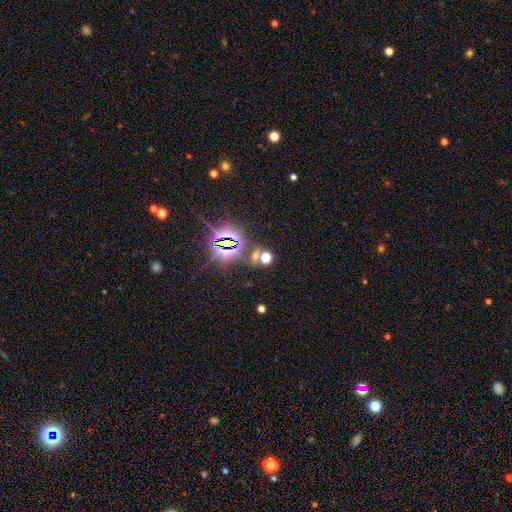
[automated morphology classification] smooth_or_featured: star or artifact (p=0.61) [alt: smooth p=0.31]